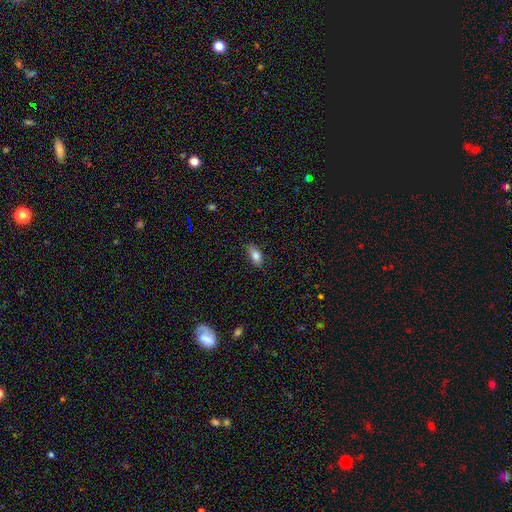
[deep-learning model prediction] smooth 82%, featured or disk 11%, star or artifact 8%. Down the decision tree: how rounded — in between (85%); merging — none (78%).